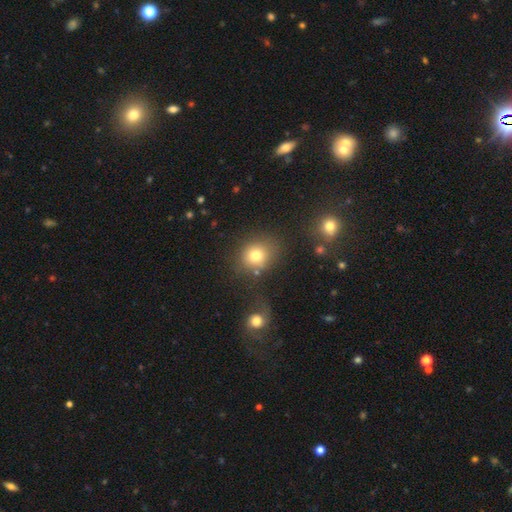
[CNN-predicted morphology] The model was most divided on "how rounded": round: 70%, in between: 29%, cigar-shaped: 1%. More confident: smooth or featured — smooth (76%); merging — none (68%).